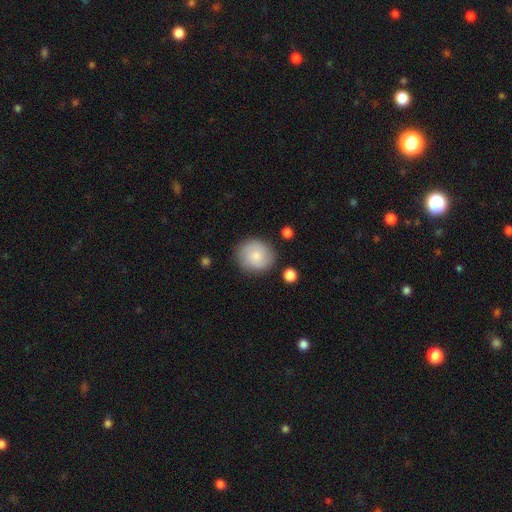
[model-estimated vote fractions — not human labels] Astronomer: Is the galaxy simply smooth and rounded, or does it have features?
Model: smooth — 72%.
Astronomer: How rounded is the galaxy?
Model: round — 86%.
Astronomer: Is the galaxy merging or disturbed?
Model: none — 81%.